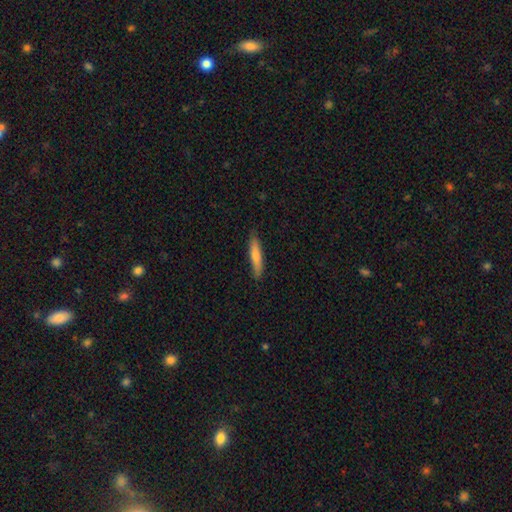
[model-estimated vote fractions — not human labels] smooth_or_featured: smooth (p=0.75) [alt: featured or disk p=0.19]
how_rounded: cigar-shaped (p=0.86) [alt: in between p=0.12]
merging: none (p=0.85) [alt: minor disturbance p=0.11]